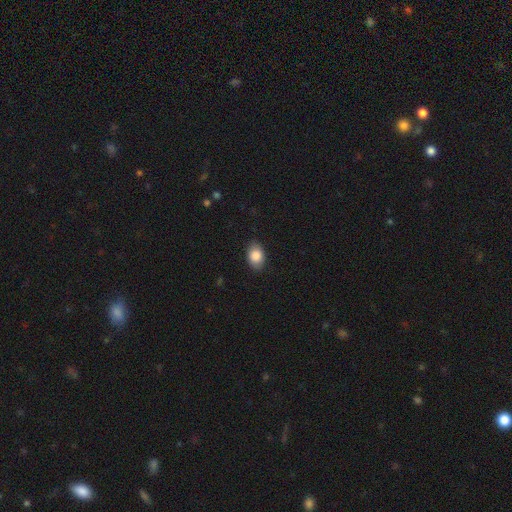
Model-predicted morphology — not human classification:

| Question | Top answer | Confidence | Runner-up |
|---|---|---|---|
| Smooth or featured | smooth | 87% | star or artifact (7%) |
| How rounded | in between | 83% | round (16%) |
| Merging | none | 86% | minor disturbance (11%) |